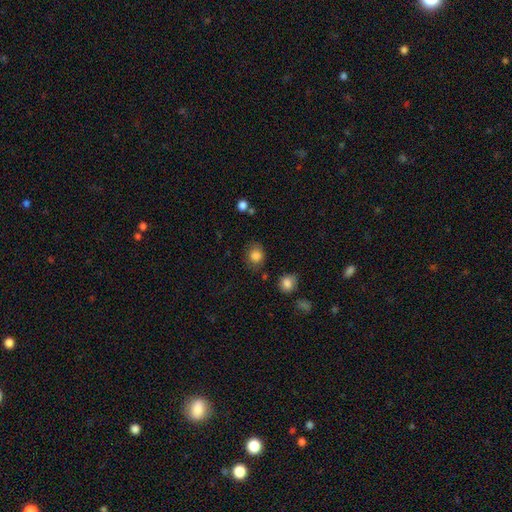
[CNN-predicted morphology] smooth_or_featured: smooth (p=0.84) [alt: star or artifact p=0.09]
how_rounded: round (p=0.69) [alt: in between p=0.30]
merging: none (p=0.74) [alt: minor disturbance p=0.18]